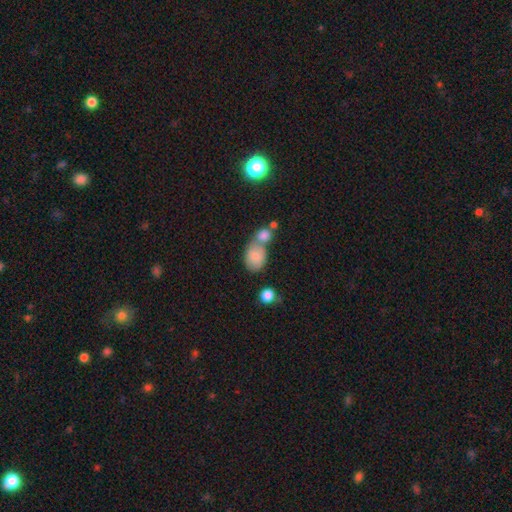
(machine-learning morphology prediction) Smooth or featured?
  - smooth: 81% *
  - featured or disk: 10%
  - star or artifact: 9%
How rounded?
  - in between: 70% *
  - round: 28%
  - cigar-shaped: 2%
Merging?
  - merger: 50% *
  - none: 32%
  - minor disturbance: 12%
  - major disturbance: 5%